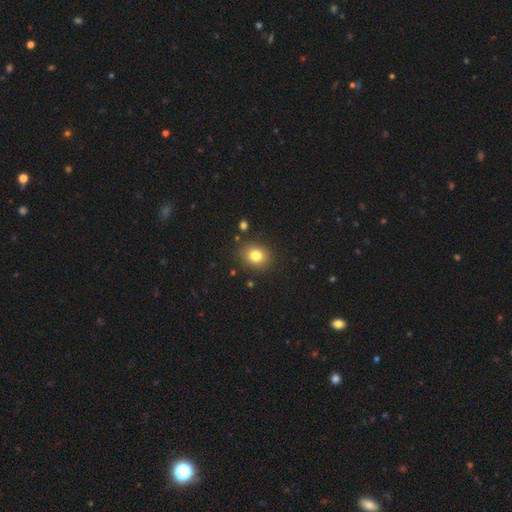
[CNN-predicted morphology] smooth 81%, star or artifact 11%, featured or disk 8%. Down the decision tree: how rounded — round (64%); merging — none (86%).